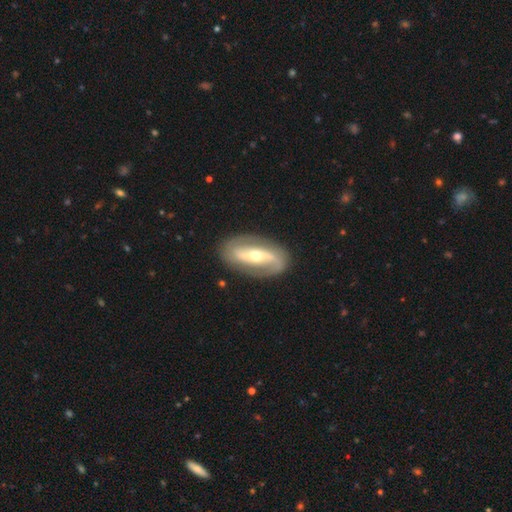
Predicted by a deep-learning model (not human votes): smooth-or-featured: featured or disk: 83% | smooth: 12% | star or artifact: 5%
  disk-edge-on: no: 93% | yes: 7%
    bar: strong: 51% | no: 25% | weak: 23%
    has-spiral-arms: yes: 86% | no: 14%
      spiral-winding: medium: 39% | loose: 34% | tight: 27%
      spiral-arm-count: 2: 88% | can't tell: 5% | 1: 3% | 3: 1% | 4: 1% | more than 4: 1%
    bulge-size: moderate: 51% | small: 44% | large: 3% | dominant: 1% | none: 1%
  merging: none: 85% | minor disturbance: 10% | major disturbance: 4% | merger: 1%